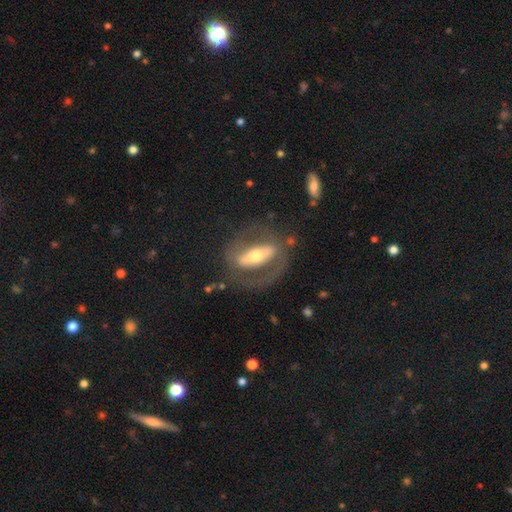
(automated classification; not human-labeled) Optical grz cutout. It shows a featured or disk galaxy (77%) with a strong bar (70%), spiral arms (53%) and a moderate central bulge (59%). Merging: none (66%).